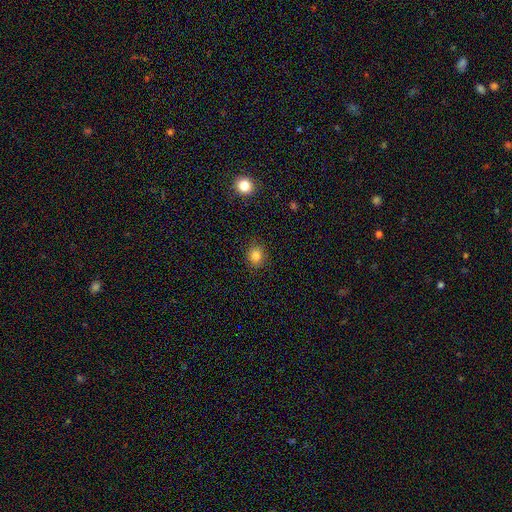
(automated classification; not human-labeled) A smooth galaxy with no disk features (83%) that is round (71%). Merging: none (87%).